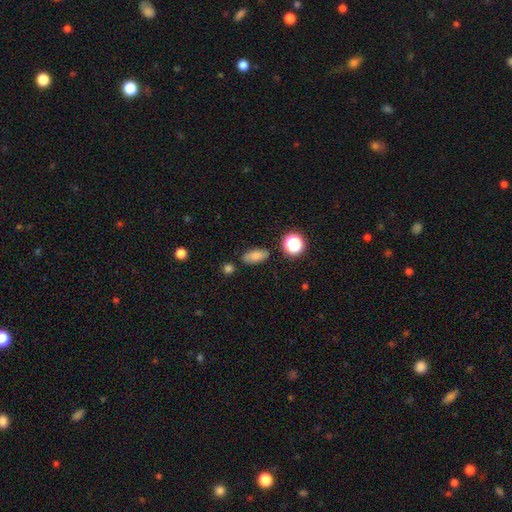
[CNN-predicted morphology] Smooth or featured? Predicted: smooth (p=0.79). How rounded? Predicted: in between (p=0.84). Merging? Predicted: none (p=0.80).